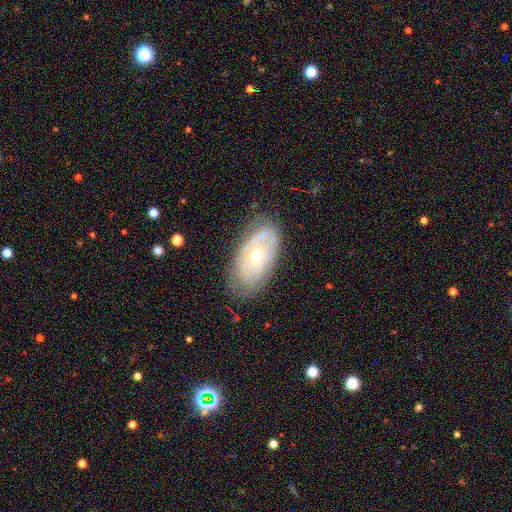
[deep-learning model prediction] This is likely a featured or disk galaxy (65%). It is clearly not viewed edge-on (90%). Bar: clearly no (83%). Spiral arm pattern: possibly yes (54%). Central bulge: possibly moderate (55%). Merging: likely none (70%).